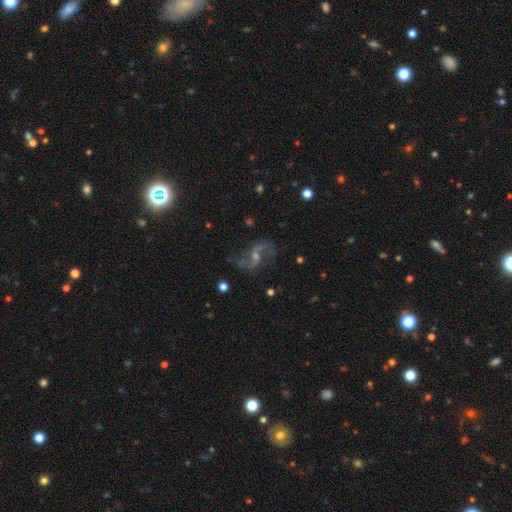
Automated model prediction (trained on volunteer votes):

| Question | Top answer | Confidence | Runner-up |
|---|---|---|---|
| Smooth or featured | featured or disk | 83% | star or artifact (11%) |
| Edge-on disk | no | 97% | yes (3%) |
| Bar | weak | 51% | no (32%) |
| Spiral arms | yes | 96% | no (4%) |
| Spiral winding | loose | 70% | medium (25%) |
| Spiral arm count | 2 | 91% | can't tell (3%) |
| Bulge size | small | 55% | moderate (33%) |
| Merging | none | 76% | minor disturbance (13%) |